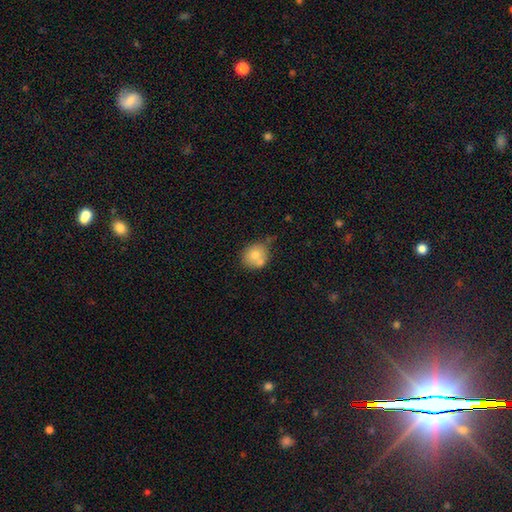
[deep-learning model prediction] Smooth or featured? smooth (73%)
How rounded? round (73%)
Merging? none (47%)